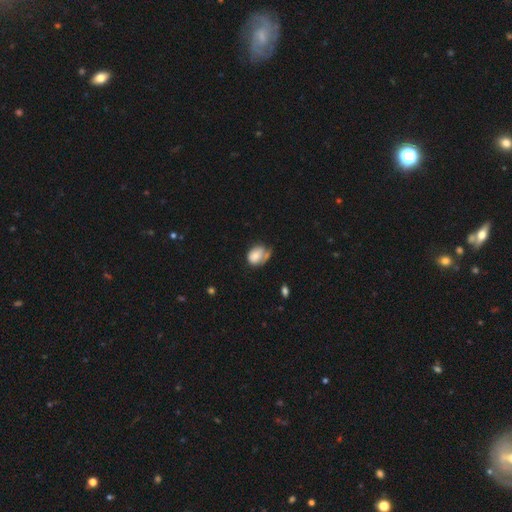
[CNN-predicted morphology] The model was most divided on "merging": none: 36%, minor disturbance: 30%, major disturbance: 20%, merger: 14%. More confident: smooth or featured — smooth (72%); how rounded — in between (70%).